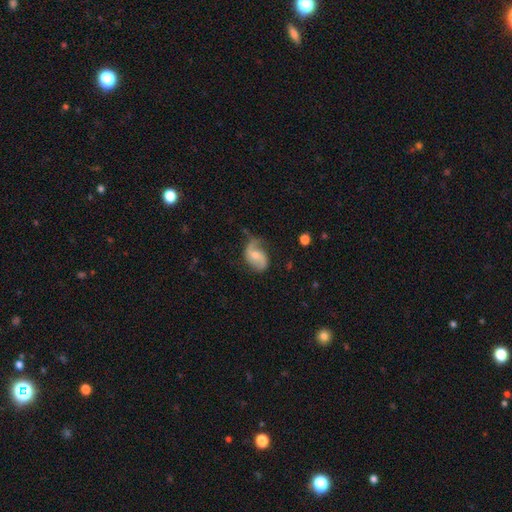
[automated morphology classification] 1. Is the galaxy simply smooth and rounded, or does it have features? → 75% featured or disk, 19% smooth, 6% star or artifact.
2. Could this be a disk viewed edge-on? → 98% no, 2% yes.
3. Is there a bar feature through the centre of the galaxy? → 55% no, 37% weak, 8% strong.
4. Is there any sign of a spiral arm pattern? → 94% yes, 6% no.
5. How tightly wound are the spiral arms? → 48% loose, 39% medium, 13% tight.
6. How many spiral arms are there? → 82% 2, 11% 1, 4% can't tell, 1% 3, 1% 4, 1% more than 4.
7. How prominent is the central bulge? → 48% moderate, 41% small, 6% none, 4% large, 1% dominant.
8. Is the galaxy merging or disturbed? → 55% none, 28% minor disturbance, 15% major disturbance, 2% merger.